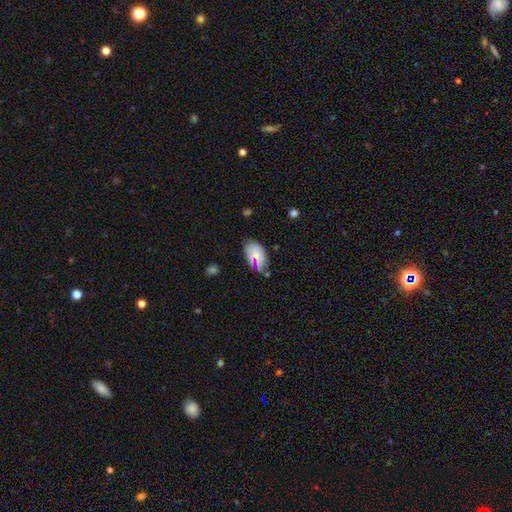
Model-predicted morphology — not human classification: Smooth or featured: smooth — 72% (featured or disk — 16%)
How rounded: in between — 92% (round — 6%)
Merging: none — 71% (minor disturbance — 21%)